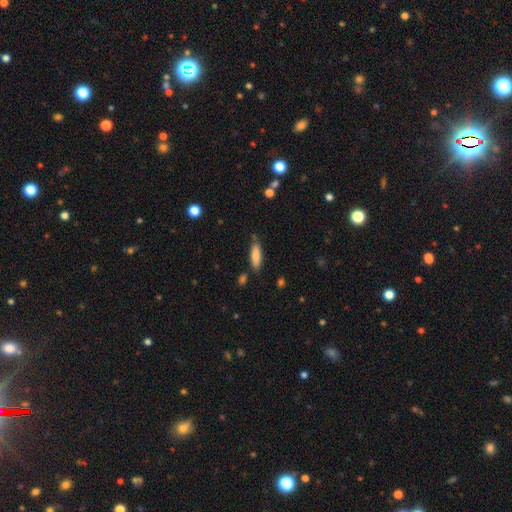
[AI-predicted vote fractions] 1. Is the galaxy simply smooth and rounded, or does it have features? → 83% smooth, 11% featured or disk, 6% star or artifact.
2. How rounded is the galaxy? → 56% cigar-shaped, 43% in between, 2% round.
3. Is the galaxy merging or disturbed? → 78% none, 15% minor disturbance, 4% merger, 3% major disturbance.